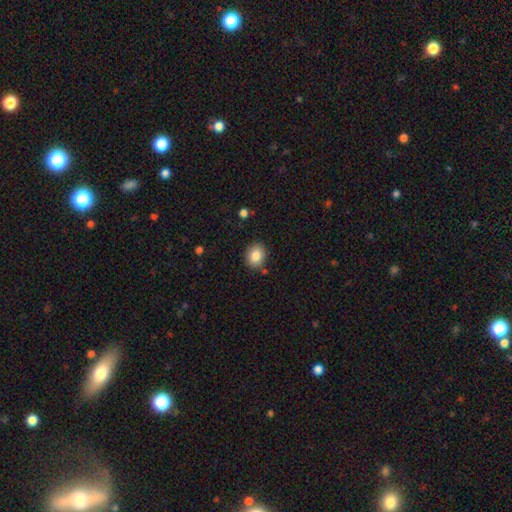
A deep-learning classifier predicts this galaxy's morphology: This is clearly a smooth galaxy (85%). How rounded: possibly round (54%). Merging: clearly none (85%).